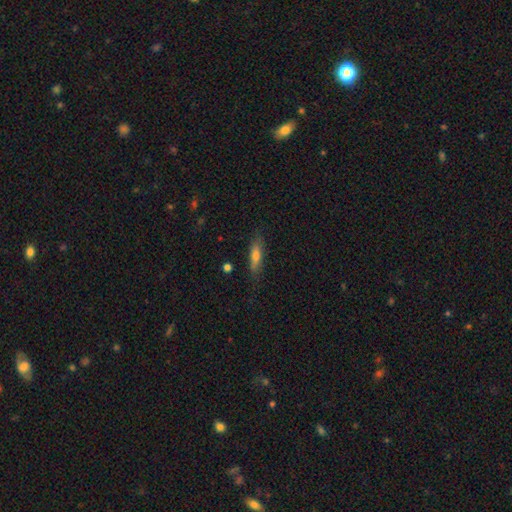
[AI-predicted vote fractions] Q: Smooth or featured?
A: smooth (62%); runner-up: featured or disk (31%)
Q: How rounded?
A: cigar-shaped (71%); runner-up: in between (26%)
Q: Merging?
A: none (81%); runner-up: minor disturbance (14%)